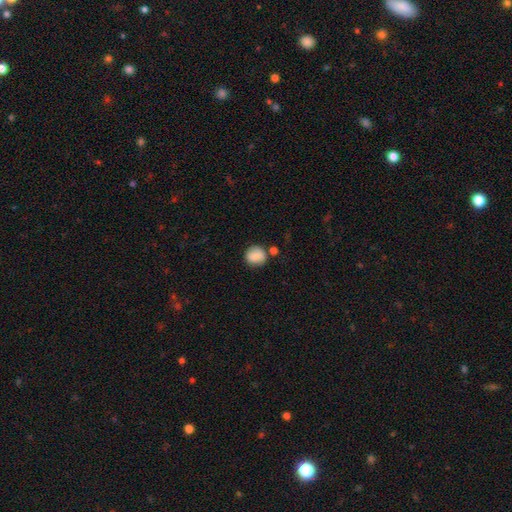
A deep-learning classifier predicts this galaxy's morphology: type=smooth (85%); roundness=round (81%); merging=none (71%).